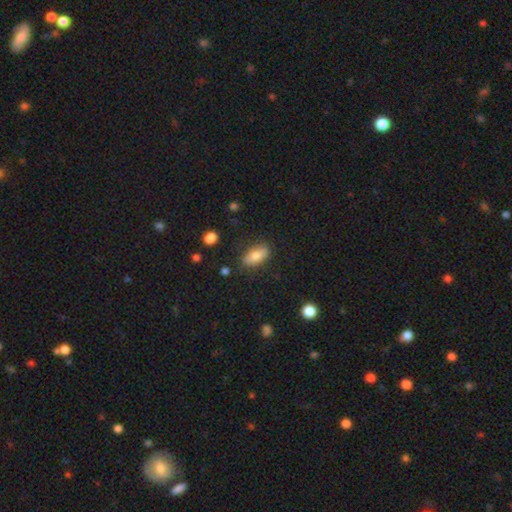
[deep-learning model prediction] Smooth or featured?
  - smooth: 80% *
  - featured or disk: 13%
  - star or artifact: 8%
How rounded?
  - in between: 86% *
  - cigar-shaped: 11%
  - round: 4%
Merging?
  - none: 80% *
  - minor disturbance: 15%
  - major disturbance: 4%
  - merger: 2%